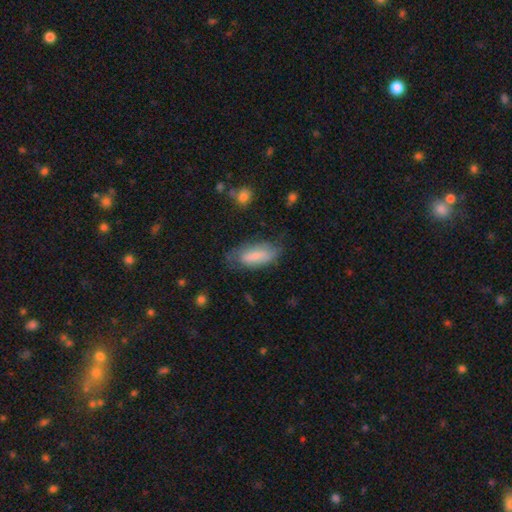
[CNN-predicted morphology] type=smooth (71%); roundness=in between (82%); merging=none (60%).